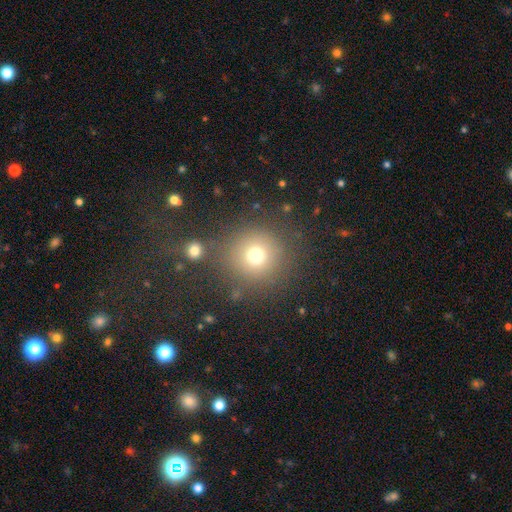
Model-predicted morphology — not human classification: Overall: smooth (72%). How rounded: round (92%). Merging: none (77%).